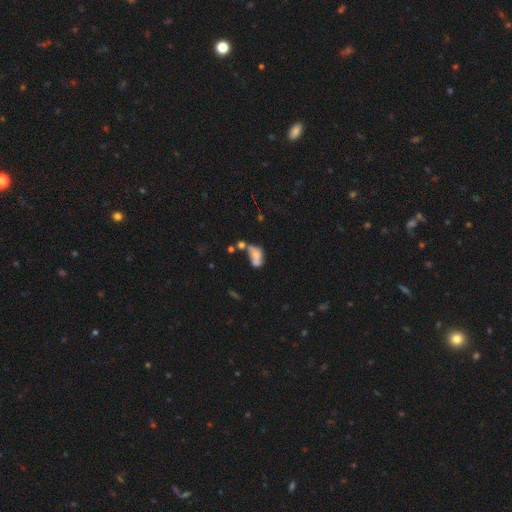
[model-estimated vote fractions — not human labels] A smooth galaxy with no disk features (57%) that is in between round and cigar-shaped (84%).

Vote fractions:
- Smooth or featured? smooth: 57% / featured or disk: 31% / star or artifact: 12%
- How rounded? in between: 84% / round: 12% / cigar-shaped: 4%
- Merging? merger: 46% / none: 21% / major disturbance: 18% / minor disturbance: 15%